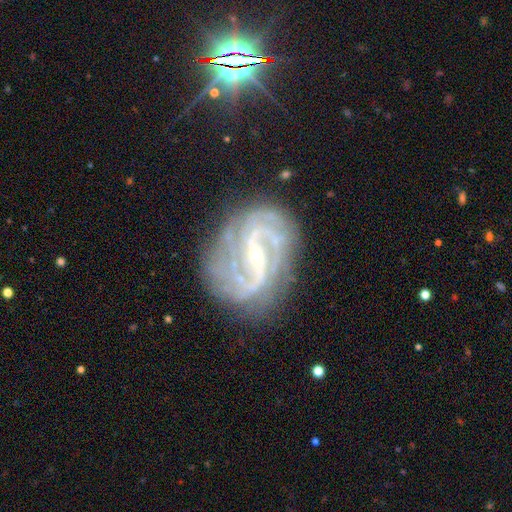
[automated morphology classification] type=featured or disk (89%); edge-on=no (97%); bar=strong (45%); spiral arms=yes (97%); winding=medium (45%); arm count=2 (49%); bulge=small (79%); merging=none (74%).